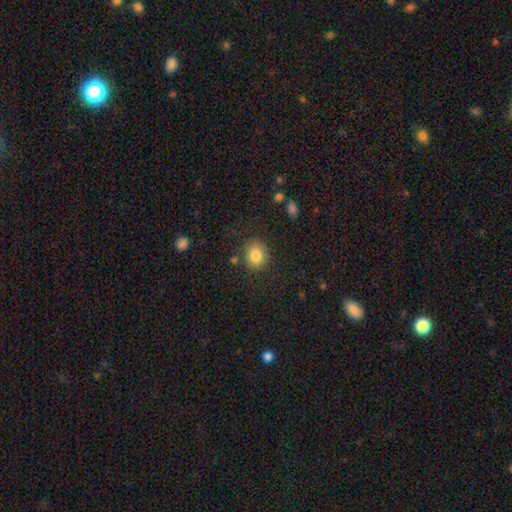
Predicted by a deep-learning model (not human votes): Q: Smooth or featured?
A: smooth (83%); runner-up: star or artifact (10%)
Q: How rounded?
A: round (69%); runner-up: in between (30%)
Q: Merging?
A: none (83%); runner-up: minor disturbance (11%)